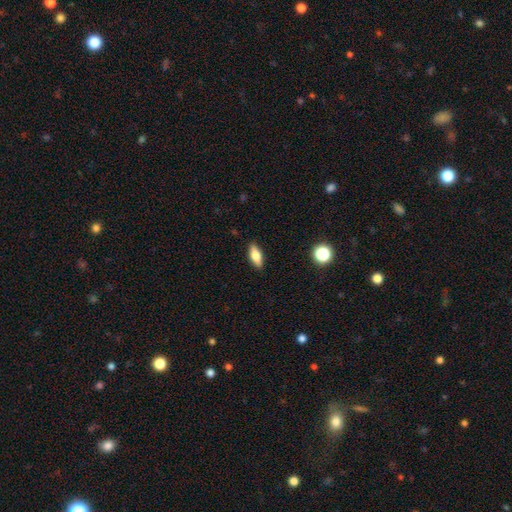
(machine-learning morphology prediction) Q: Smooth or featured?
A: smooth (65%); runner-up: featured or disk (27%)
Q: How rounded?
A: in between (71%); runner-up: cigar-shaped (26%)
Q: Merging?
A: none (88%); runner-up: minor disturbance (9%)